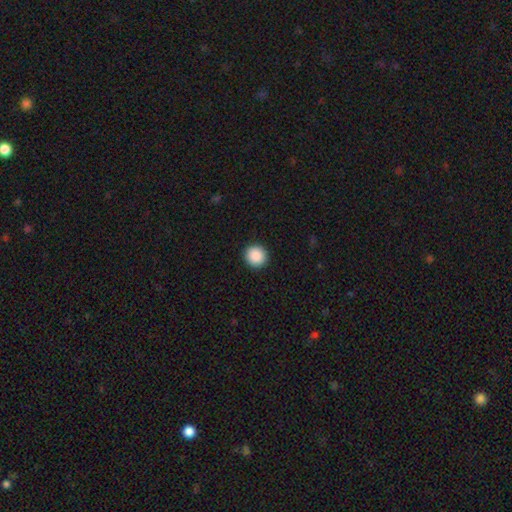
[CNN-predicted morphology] A smooth galaxy with no disk features (89%) that is round (94%).

Vote fractions:
- Smooth or featured? smooth: 89% / star or artifact: 8% / featured or disk: 3%
- How rounded? round: 94% / in between: 5% / cigar-shaped: 1%
- Merging? none: 93% / minor disturbance: 5% / major disturbance: 2% / merger: 1%